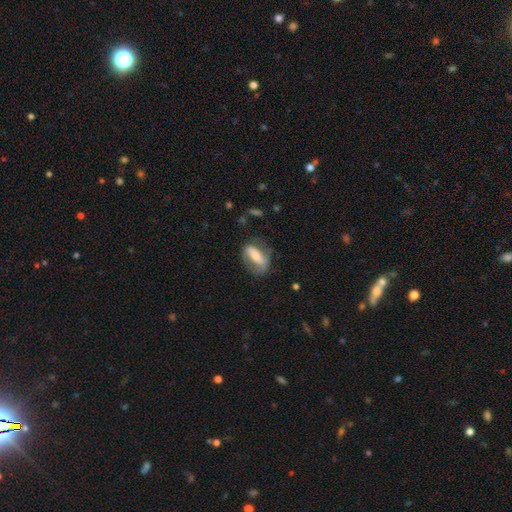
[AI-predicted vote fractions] This is possibly a featured or disk galaxy (58%). It is clearly not viewed edge-on (89%). Bar: possibly strong (54%). Spiral arm pattern: likely yes (67%). Central bulge: marginally moderate (45%). Merging: likely none (61%).